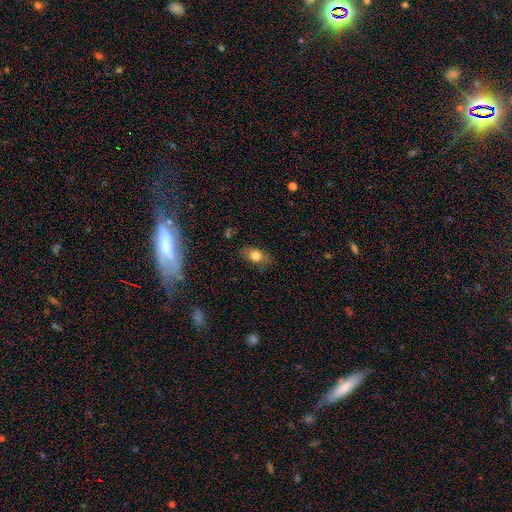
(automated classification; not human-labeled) Smooth or featured?
  - smooth: 77% *
  - featured or disk: 13%
  - star or artifact: 9%
How rounded?
  - in between: 79% *
  - round: 18%
  - cigar-shaped: 3%
Merging?
  - none: 78% *
  - minor disturbance: 16%
  - major disturbance: 4%
  - merger: 1%